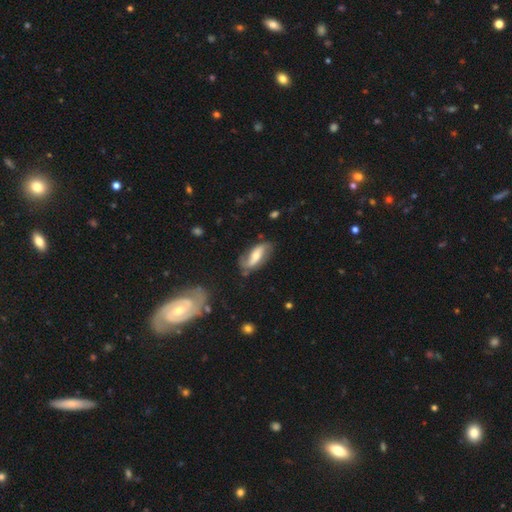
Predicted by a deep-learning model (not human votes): A featured or disk galaxy (65%) with a weak bar (36%), 2 (84%) loose (61%) spiral arms (87%) and a moderate central bulge (54%). Merging: none (66%).